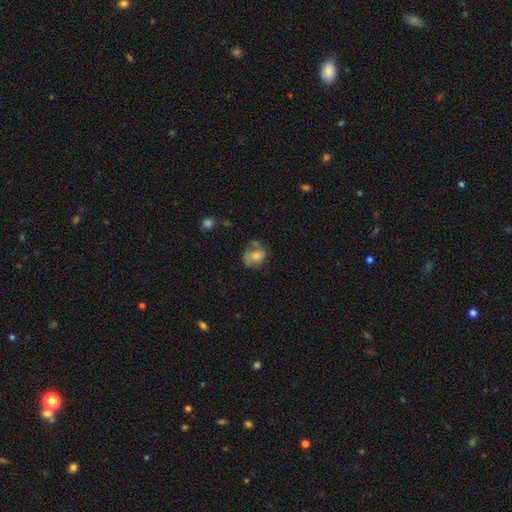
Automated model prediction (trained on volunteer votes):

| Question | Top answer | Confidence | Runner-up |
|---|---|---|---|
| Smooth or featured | smooth | 64% | featured or disk (27%) |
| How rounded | round | 50% | in between (49%) |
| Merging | none | 39% | minor disturbance (28%) |